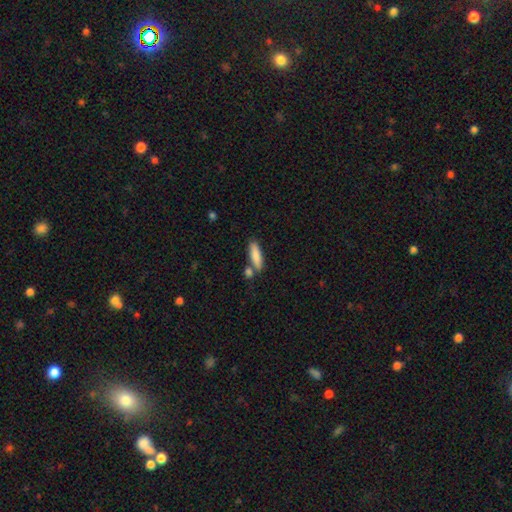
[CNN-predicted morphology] Smooth or featured? smooth (84%)
How rounded? cigar-shaped (59%)
Merging? none (68%)